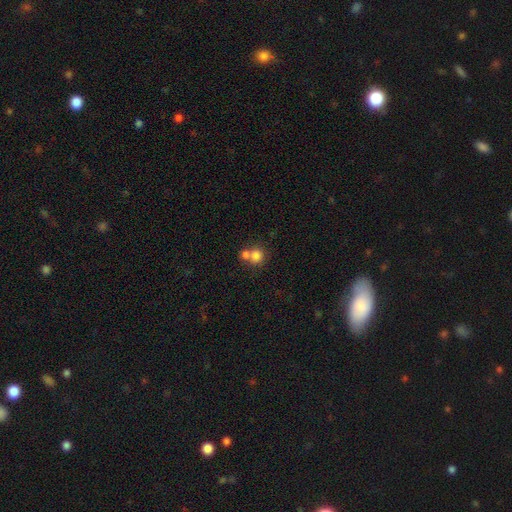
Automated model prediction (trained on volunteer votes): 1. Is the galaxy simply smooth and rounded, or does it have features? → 79% smooth, 11% star or artifact, 11% featured or disk.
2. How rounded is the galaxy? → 84% round, 15% in between, 1% cigar-shaped.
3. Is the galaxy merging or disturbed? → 47% merger, 43% none, 7% minor disturbance, 3% major disturbance.